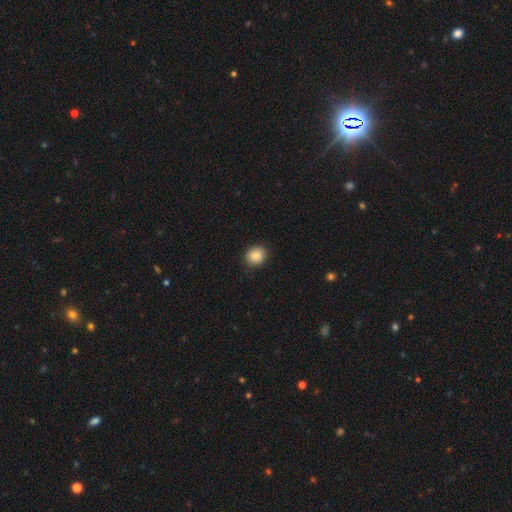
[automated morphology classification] Smooth or featured? smooth (87%)
How rounded? round (79%)
Merging? none (88%)